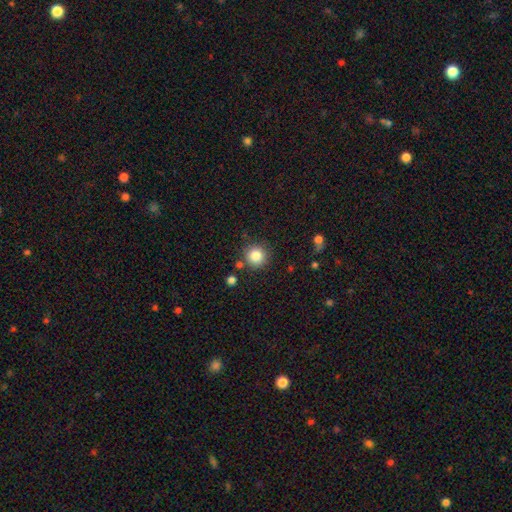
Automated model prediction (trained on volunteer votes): Overall: smooth (84%). How rounded: round (94%). Merging: none (83%).